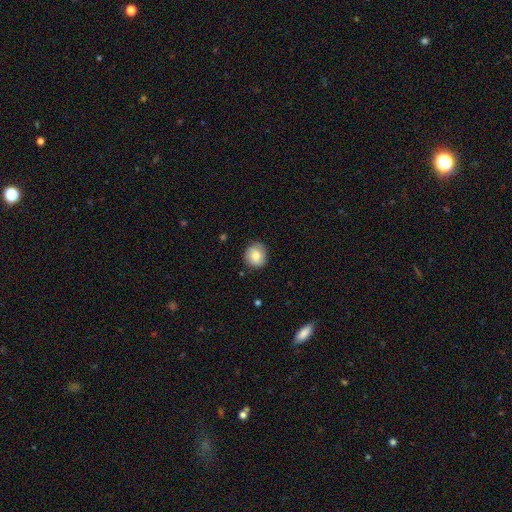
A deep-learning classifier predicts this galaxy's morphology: Smooth or featured?
  - smooth: 79% *
  - featured or disk: 13%
  - star or artifact: 8%
How rounded?
  - round: 86% *
  - in between: 13%
  - cigar-shaped: 1%
Merging?
  - none: 82% *
  - minor disturbance: 14%
  - major disturbance: 3%
  - merger: 1%